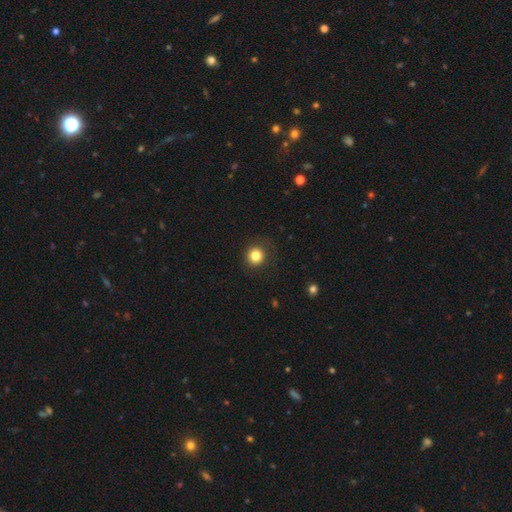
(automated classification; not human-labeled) Overall: smooth (83%). How rounded: round (92%). Merging: none (88%).